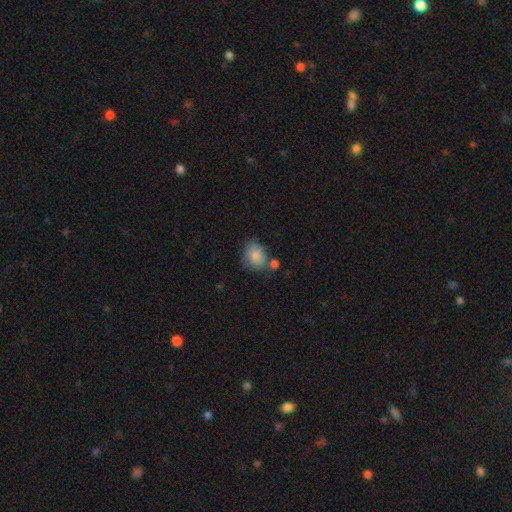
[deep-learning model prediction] This appears to be a smooth galaxy with no disk features (83%) that is round (50%). Merging: none (55%).